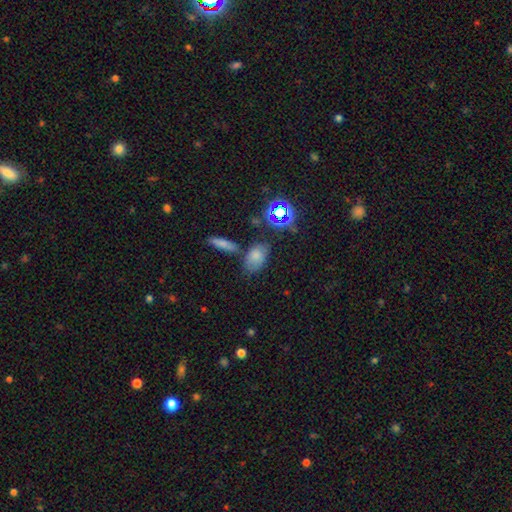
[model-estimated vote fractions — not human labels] Smooth or featured?
  - smooth: 65% *
  - star or artifact: 23%
  - featured or disk: 12%
How rounded?
  - in between: 82% *
  - round: 14%
  - cigar-shaped: 3%
Merging?
  - none: 68% *
  - minor disturbance: 16%
  - merger: 11%
  - major disturbance: 5%